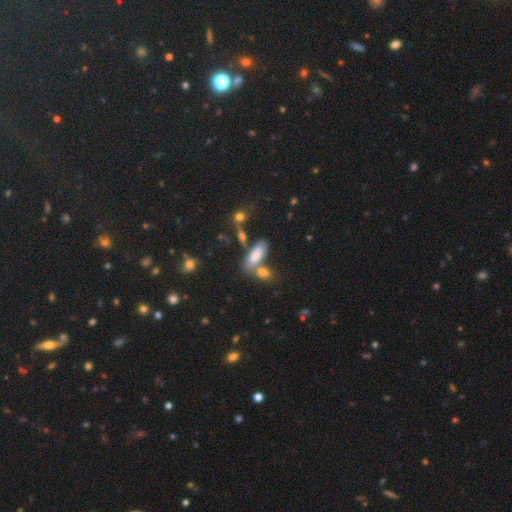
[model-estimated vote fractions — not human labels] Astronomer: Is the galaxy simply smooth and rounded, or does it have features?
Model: smooth — 79%.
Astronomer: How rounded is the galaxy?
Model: in between — 74%.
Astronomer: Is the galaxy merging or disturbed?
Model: none — 50% (runner-up: merger, 31%).